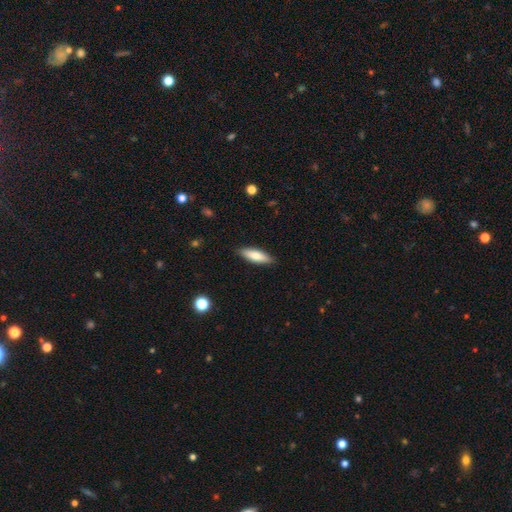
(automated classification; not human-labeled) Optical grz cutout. It shows a smooth galaxy with no disk features (76%) that is cigar-shaped (53%). Merging: none (88%).